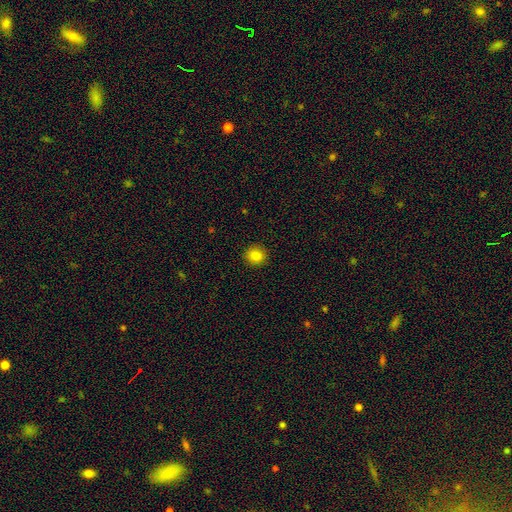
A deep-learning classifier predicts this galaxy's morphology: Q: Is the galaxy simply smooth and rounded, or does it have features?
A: smooth — 84%.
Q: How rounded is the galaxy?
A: round — 87%.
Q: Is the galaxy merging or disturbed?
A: none — 92%.